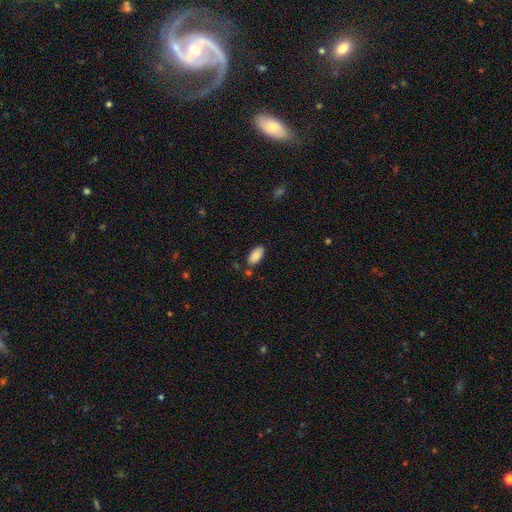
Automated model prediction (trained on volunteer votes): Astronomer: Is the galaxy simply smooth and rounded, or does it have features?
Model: smooth — 89%.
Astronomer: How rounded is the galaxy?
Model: in between — 93%.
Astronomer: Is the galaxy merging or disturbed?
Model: none — 79%.